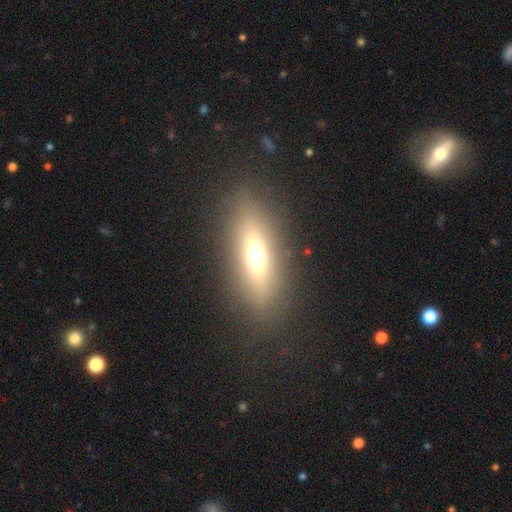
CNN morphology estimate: Q: Smooth or featured?
A: smooth (47%); runner-up: featured or disk (41%)
Q: Merging?
A: none (85%); runner-up: minor disturbance (9%)